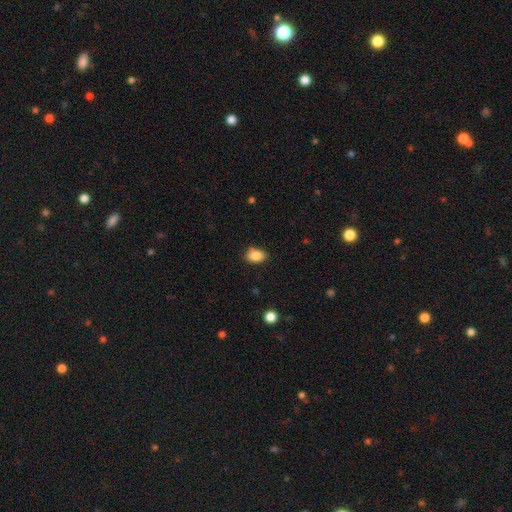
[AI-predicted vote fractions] This is clearly a smooth galaxy (86%). How rounded: clearly in between (83%). Merging: likely none (79%).